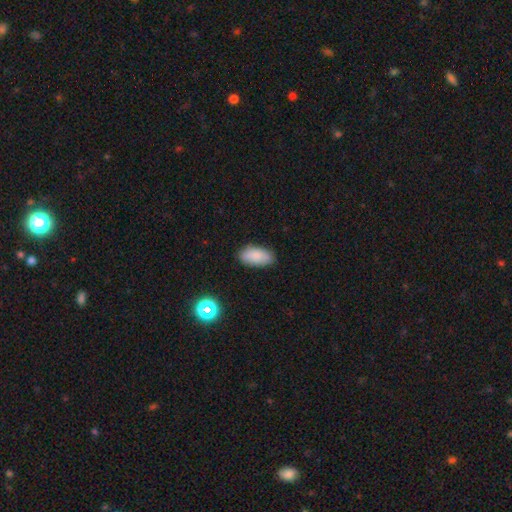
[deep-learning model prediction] The model was most divided on "merging": none: 84%, minor disturbance: 13%, major disturbance: 3%, merger: 1%. More confident: how rounded — in between (93%); smooth or featured — smooth (85%).